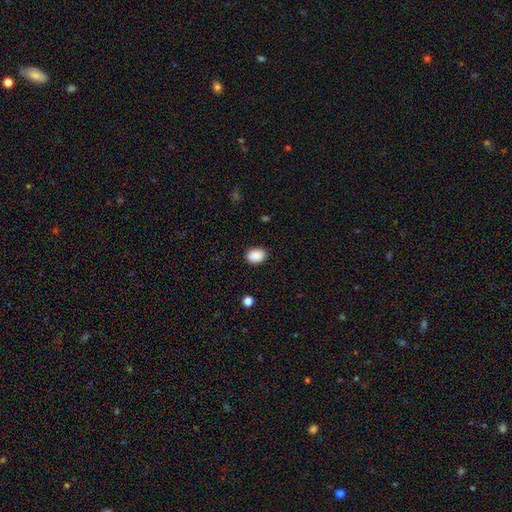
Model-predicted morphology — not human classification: The model was most divided on "how rounded": in between: 70%, round: 29%, cigar-shaped: 1%. More confident: smooth or featured — smooth (89%); merging — none (87%).